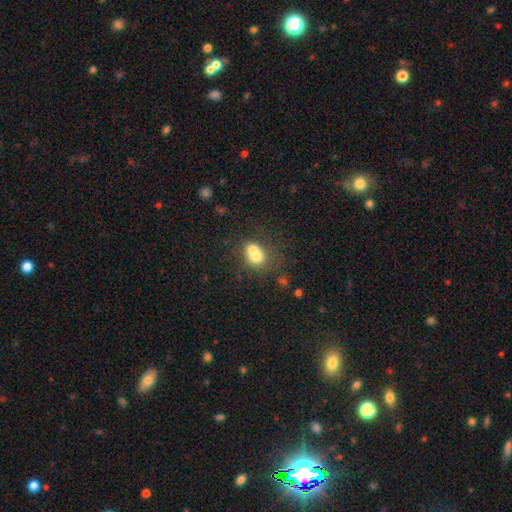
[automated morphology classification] Smooth or featured? Predicted: smooth (p=0.69). How rounded? Predicted: round (p=0.55). Merging? Predicted: merger (p=0.59).